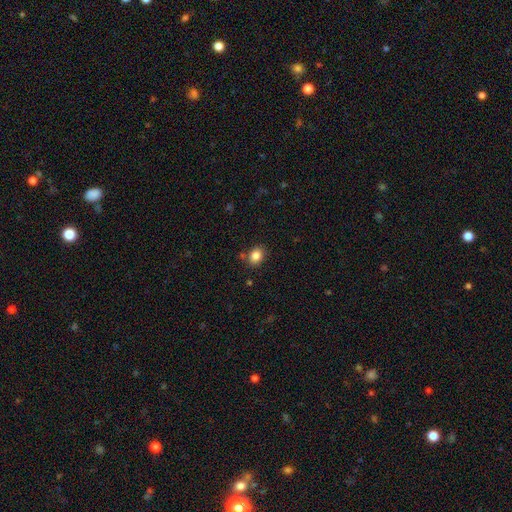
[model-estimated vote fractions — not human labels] This appears to be a smooth galaxy with no disk features (84%) that is in between round and cigar-shaped (52%). Merging: none (81%).